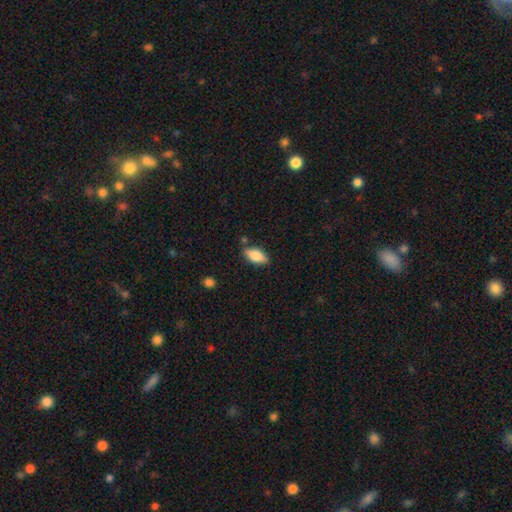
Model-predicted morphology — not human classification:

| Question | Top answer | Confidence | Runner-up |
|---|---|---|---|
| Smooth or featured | smooth | 79% | featured or disk (14%) |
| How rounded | in between | 86% | cigar-shaped (10%) |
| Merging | none | 81% | minor disturbance (13%) |